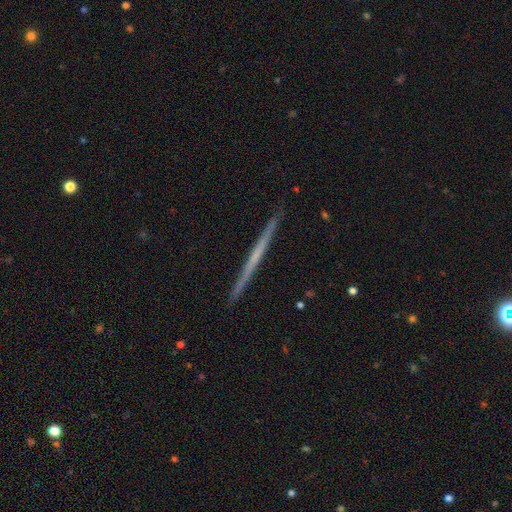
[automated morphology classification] smooth_or_featured: featured or disk (p=0.64) [alt: smooth p=0.31]
disk_edge_on: yes (p=0.98) [alt: no p=0.02]
edge_on_bulge: none (p=0.87) [alt: rounded p=0.10]
merging: none (p=0.93) [alt: minor disturbance p=0.05]